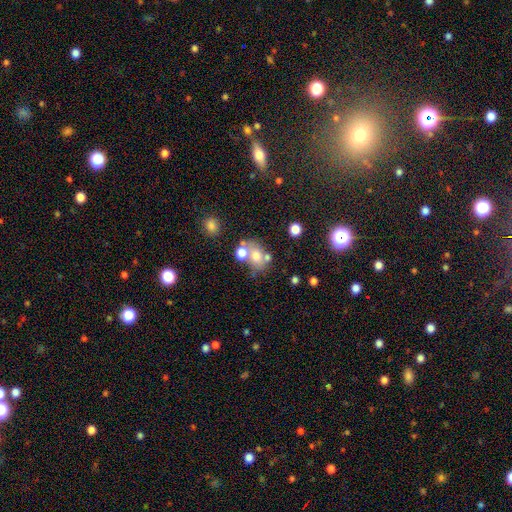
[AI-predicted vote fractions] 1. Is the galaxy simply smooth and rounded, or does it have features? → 63% smooth, 23% featured or disk, 14% star or artifact.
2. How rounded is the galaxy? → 50% round, 49% in between, 1% cigar-shaped.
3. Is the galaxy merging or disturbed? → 40% merger, 38% none, 13% minor disturbance, 9% major disturbance.